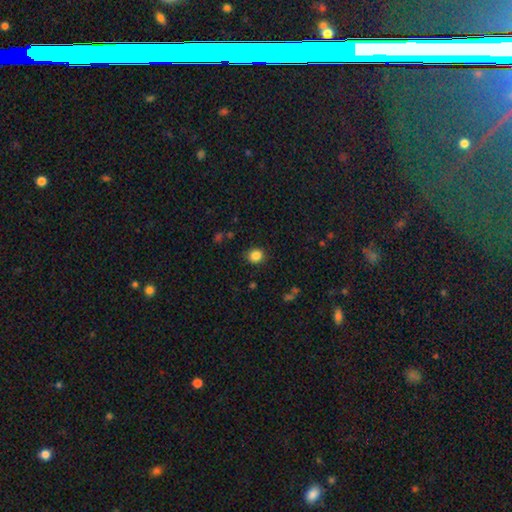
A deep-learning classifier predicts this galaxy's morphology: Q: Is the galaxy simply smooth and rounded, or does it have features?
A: smooth — 85%.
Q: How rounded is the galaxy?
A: round — 77%.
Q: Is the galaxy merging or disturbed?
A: none — 88%.